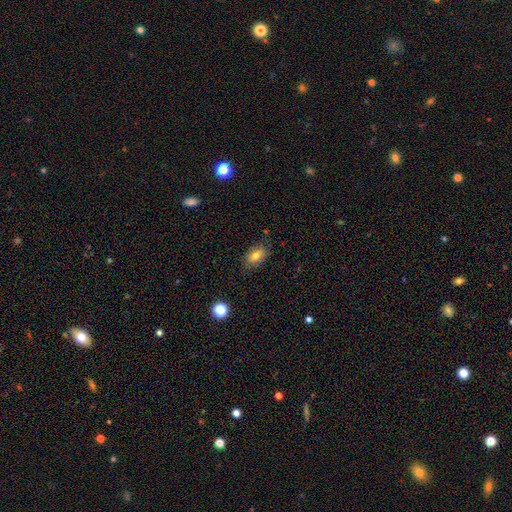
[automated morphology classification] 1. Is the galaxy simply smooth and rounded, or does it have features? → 75% smooth, 16% featured or disk, 9% star or artifact.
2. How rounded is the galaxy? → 89% in between, 8% round, 3% cigar-shaped.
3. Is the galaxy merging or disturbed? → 78% none, 16% minor disturbance, 4% major disturbance, 2% merger.